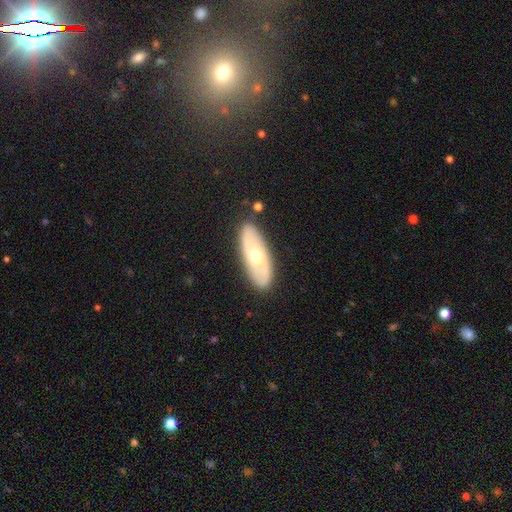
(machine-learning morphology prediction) smooth-or-featured: featured or disk: 57% | smooth: 37% | star or artifact: 5%
  disk-edge-on: no: 79% | yes: 21%
  merging: none: 85% | minor disturbance: 10% | major disturbance: 2% | merger: 2%